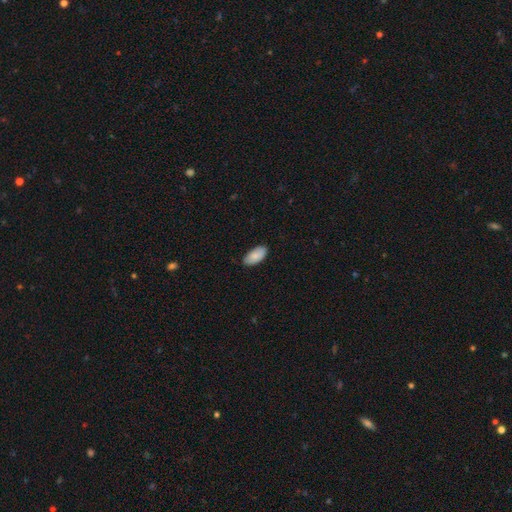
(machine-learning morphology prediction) This appears to be a smooth galaxy with no disk features (87%) that is in between round and cigar-shaped (95%). Merging: none (83%).